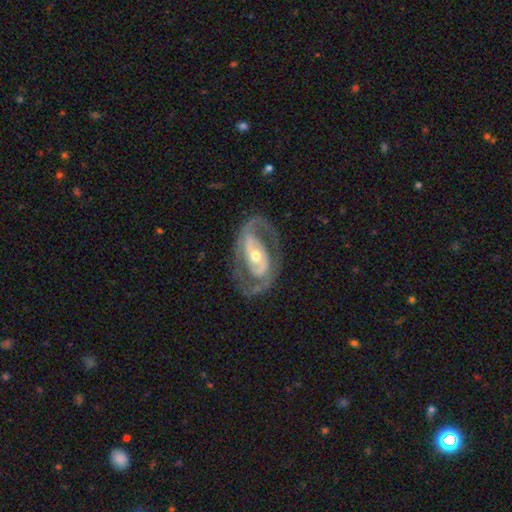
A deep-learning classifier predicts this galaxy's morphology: type=featured or disk (87%); edge-on=no (95%); bar=no (39%); spiral arms=yes (88%); winding=medium (51%); arm count=2 (86%); bulge=moderate (62%); merging=none (75%).